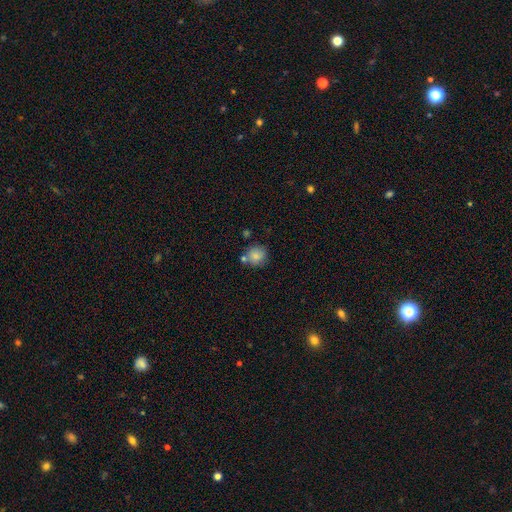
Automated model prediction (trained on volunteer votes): A smooth galaxy with no disk features (83%) that is round (88%). Merging: none (68%).